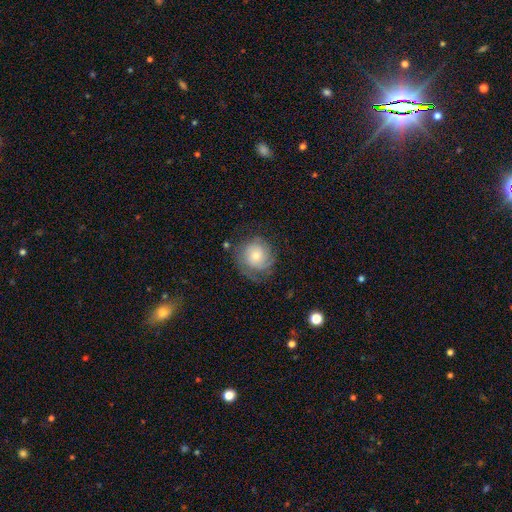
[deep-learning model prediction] This is possibly a smooth galaxy (47%). Merging: likely none (61%).